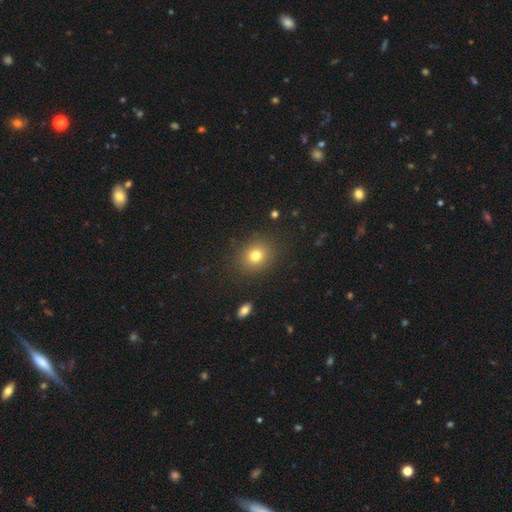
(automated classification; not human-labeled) Smooth or featured: smooth — 78% (star or artifact — 13%)
How rounded: round — 74% (in between — 26%)
Merging: none — 87% (minor disturbance — 8%)